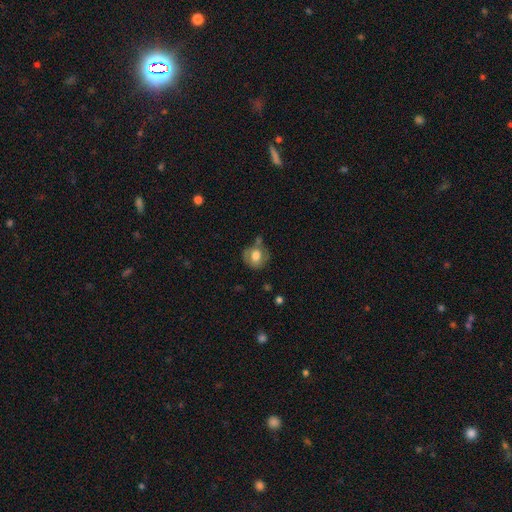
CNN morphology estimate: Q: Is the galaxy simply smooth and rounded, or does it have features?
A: smooth — 67%.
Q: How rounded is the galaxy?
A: round — 72%.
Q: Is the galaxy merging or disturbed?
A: none — 54%.